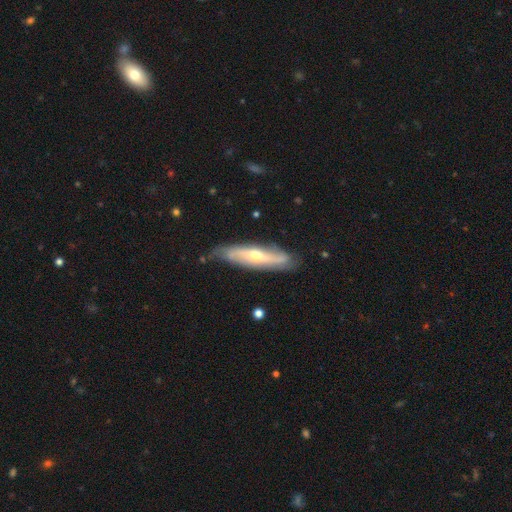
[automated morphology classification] Smooth or featured: featured or disk — 63% (smooth — 32%)
Edge-on disk: no — 52% (yes — 48%)
Merging: none — 72% (minor disturbance — 21%)